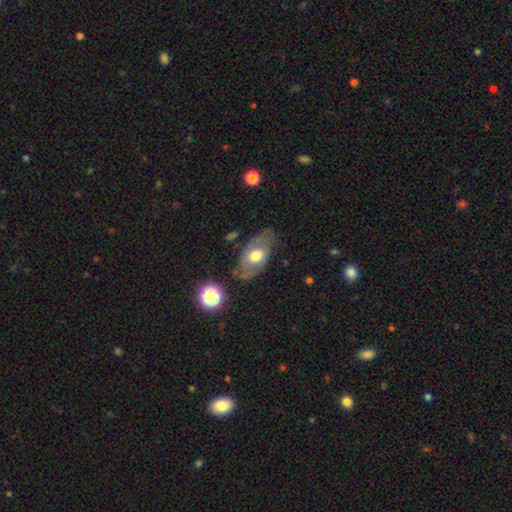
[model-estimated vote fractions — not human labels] This appears to be a smooth galaxy with no disk features (48%). Merging: none (67%).